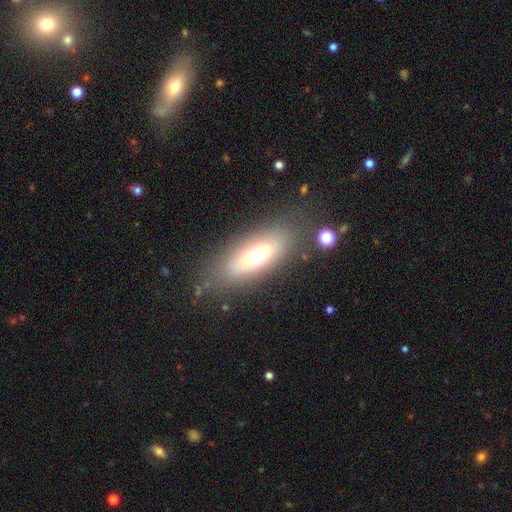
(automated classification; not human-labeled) smooth_or_featured: smooth (p=0.57) [alt: featured or disk p=0.34]
how_rounded: in between (p=0.69) [alt: cigar-shaped p=0.28]
merging: none (p=0.77) [alt: minor disturbance p=0.14]